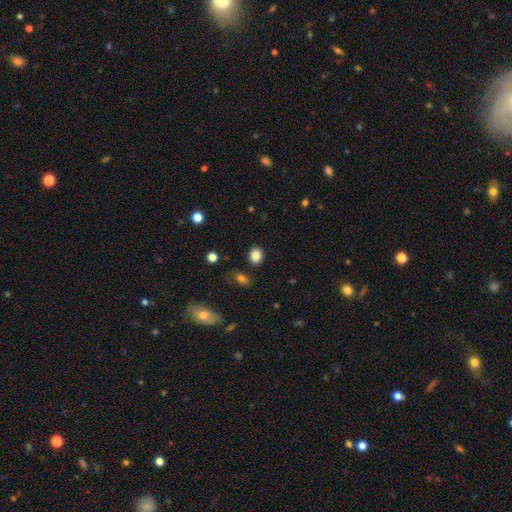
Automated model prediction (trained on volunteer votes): This is clearly a smooth galaxy (85%). How rounded: likely round (62%). Merging: clearly none (86%).